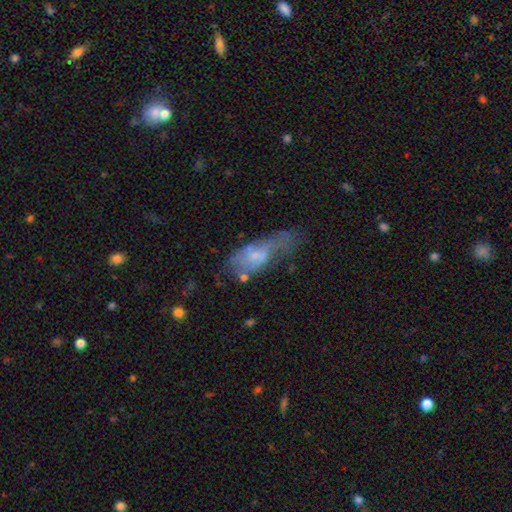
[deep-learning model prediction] Smooth or featured: smooth — 48% (featured or disk — 42%)
Merging: none — 33% (major disturbance — 30%)